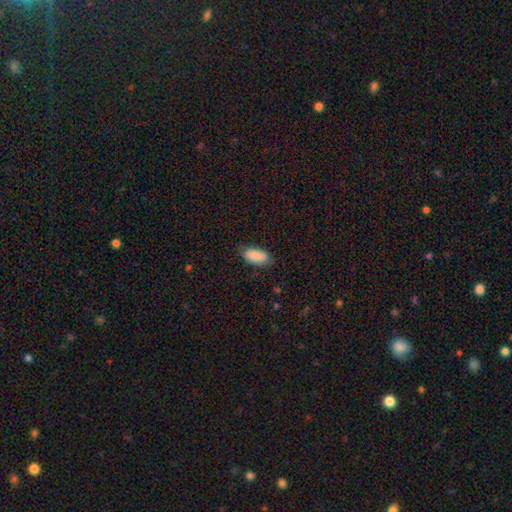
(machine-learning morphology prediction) Smooth or featured: smooth — 86% (featured or disk — 7%)
How rounded: in between — 92% (cigar-shaped — 6%)
Merging: none — 73% (minor disturbance — 21%)